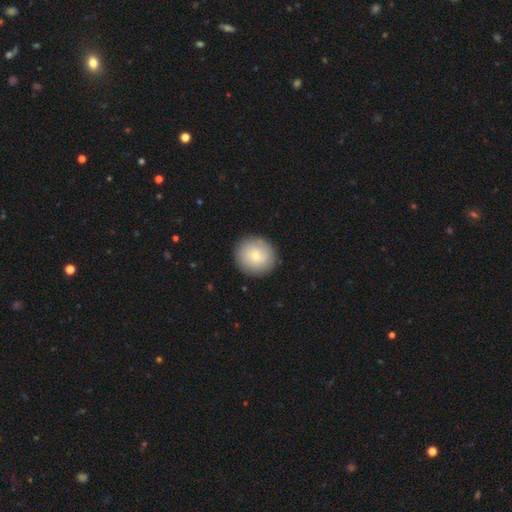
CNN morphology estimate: Q: Smooth or featured?
A: smooth (75%); runner-up: featured or disk (17%)
Q: How rounded?
A: round (90%); runner-up: in between (9%)
Q: Merging?
A: none (90%); runner-up: minor disturbance (7%)